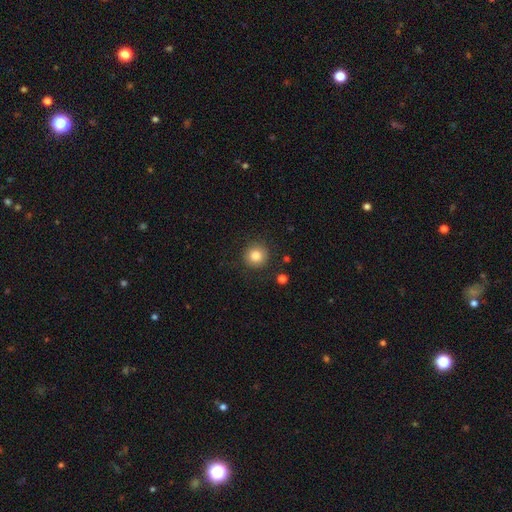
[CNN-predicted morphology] The model was most divided on "smooth or featured": smooth: 84%, star or artifact: 10%, featured or disk: 6%. More confident: how rounded — round (94%); merging — none (88%).